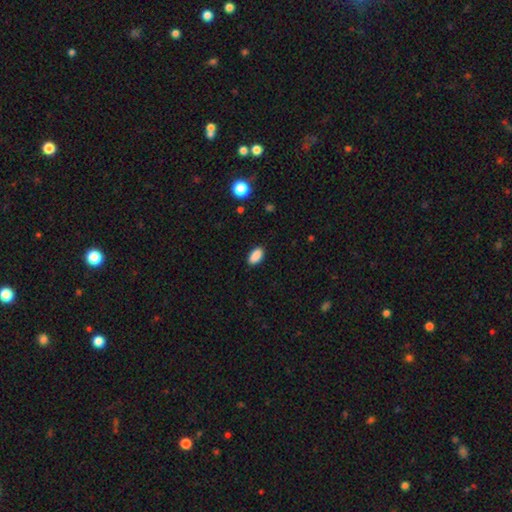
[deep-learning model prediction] Smooth or featured: smooth — 89% (star or artifact — 8%)
How rounded: in between — 92% (round — 4%)
Merging: none — 87% (minor disturbance — 9%)